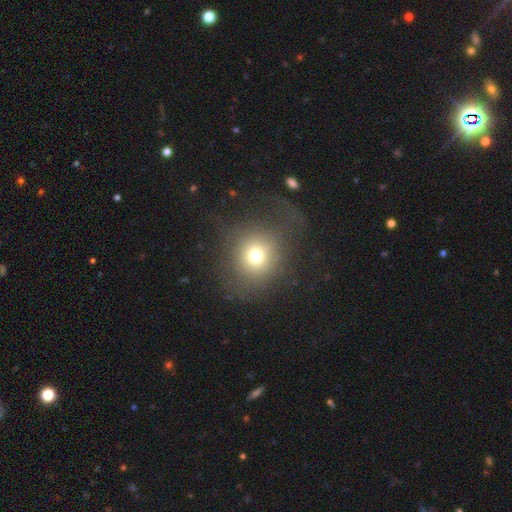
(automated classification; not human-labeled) Smooth or featured? Predicted: smooth (p=0.70). How rounded? Predicted: round (p=0.86). Merging? Predicted: none (p=0.60).